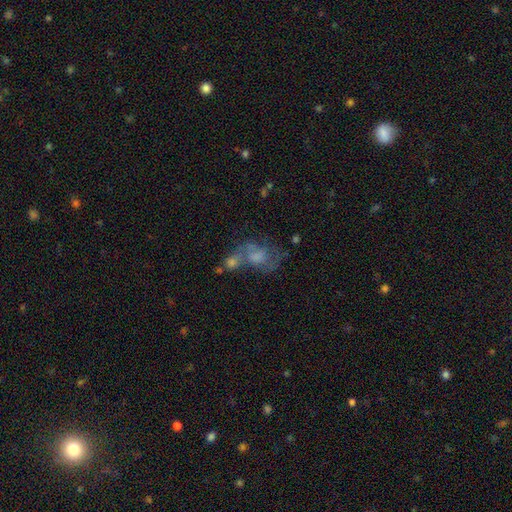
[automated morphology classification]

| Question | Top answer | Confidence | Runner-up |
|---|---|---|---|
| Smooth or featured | featured or disk | 50% | smooth (34%) |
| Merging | merger | 43% | none (24%) |